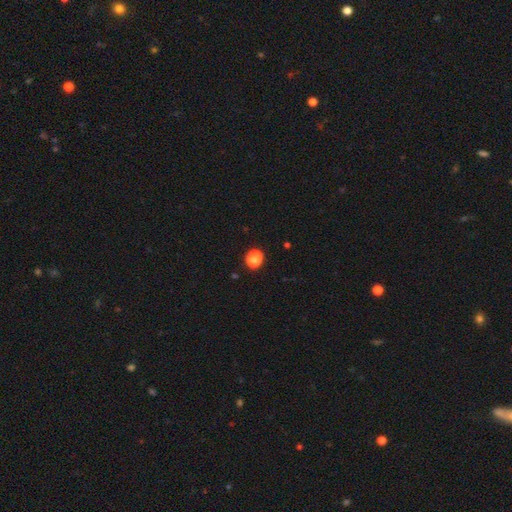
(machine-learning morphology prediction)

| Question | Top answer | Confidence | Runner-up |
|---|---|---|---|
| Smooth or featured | smooth | 68% | star or artifact (26%) |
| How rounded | round | 72% | in between (26%) |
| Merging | none | 72% | merger (13%) |